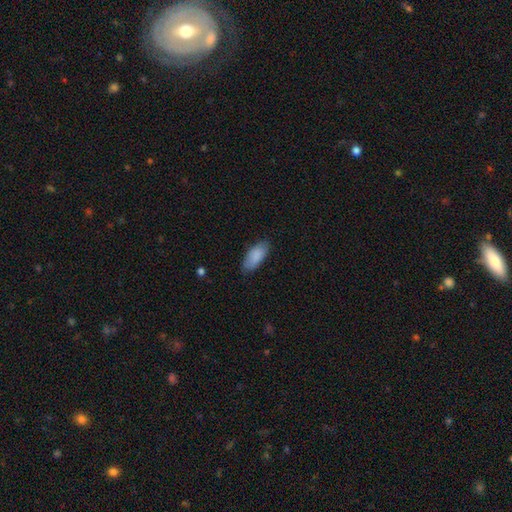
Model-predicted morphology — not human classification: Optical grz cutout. It shows a smooth galaxy with no disk features (87%) that is in between round and cigar-shaped (87%). Merging: none (81%).